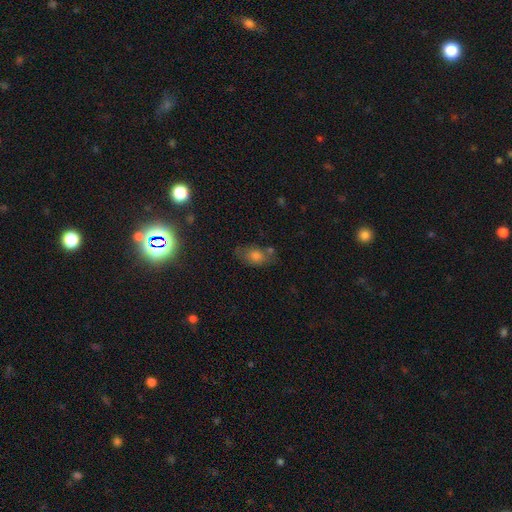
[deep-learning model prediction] This appears to be a smooth galaxy with no disk features (68%) that is in between round and cigar-shaped (79%). Merging: none (61%).